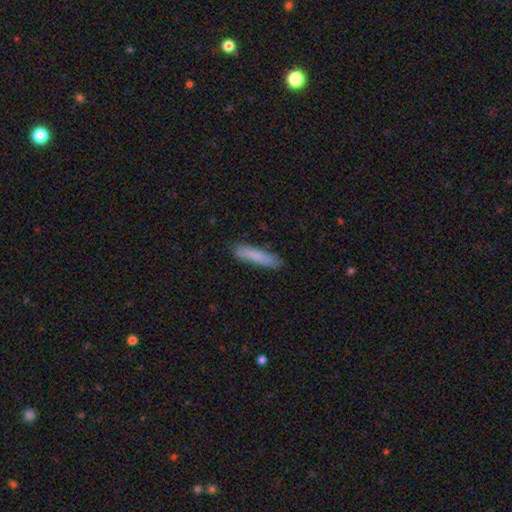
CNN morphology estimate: This is clearly a smooth galaxy (82%). How rounded: clearly cigar-shaped (87%). Merging: clearly none (84%).